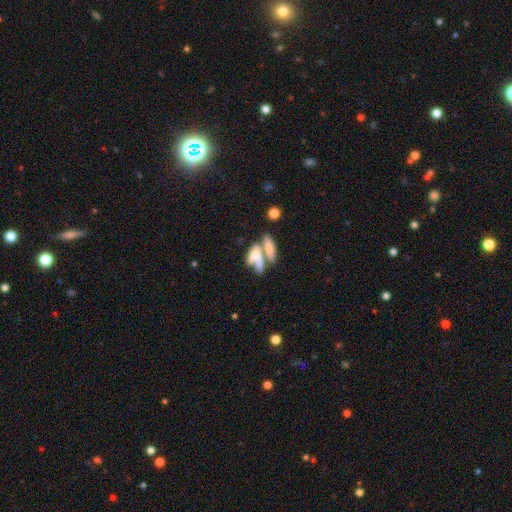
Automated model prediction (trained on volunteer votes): A smooth galaxy with no disk features (55%) that is in between round and cigar-shaped (64%).

Vote fractions:
- Smooth or featured? smooth: 55% / featured or disk: 36% / star or artifact: 9%
- How rounded? in between: 64% / cigar-shaped: 30% / round: 5%
- Merging? merger: 59% / none: 23% / minor disturbance: 10% / major disturbance: 8%